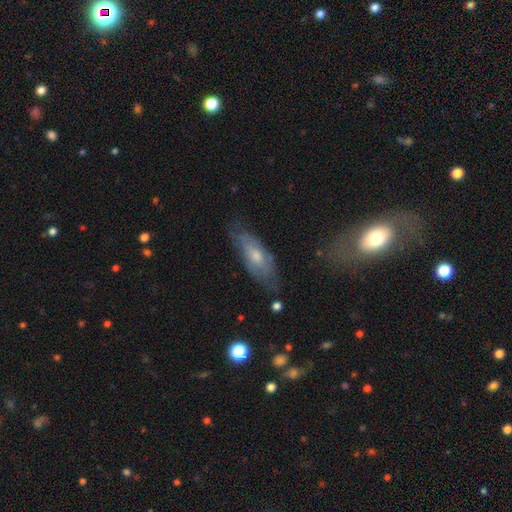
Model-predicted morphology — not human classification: Smooth or featured: featured or disk — 46% (tied with smooth — 46%)
Merging: none — 70% (minor disturbance — 21%)